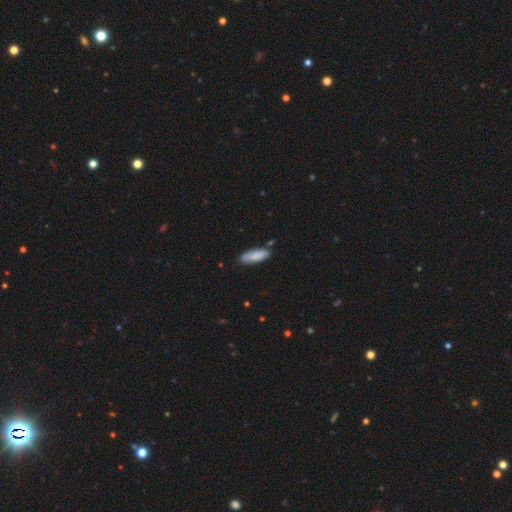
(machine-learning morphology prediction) This is likely a smooth galaxy (78%). How rounded: likely in between (62%). Merging: clearly none (80%).